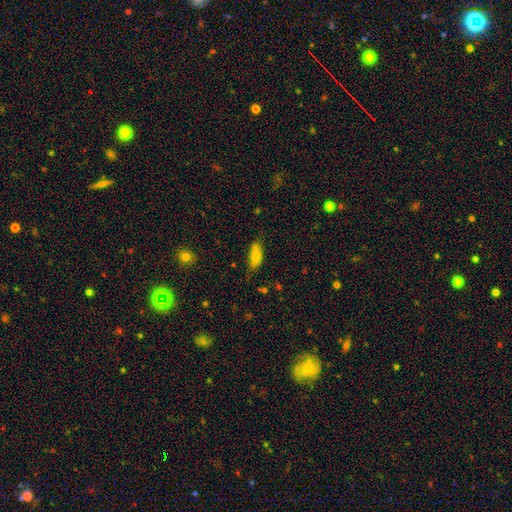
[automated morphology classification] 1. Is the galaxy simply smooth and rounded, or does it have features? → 82% smooth, 10% featured or disk, 8% star or artifact.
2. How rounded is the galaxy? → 78% in between, 20% cigar-shaped, 2% round.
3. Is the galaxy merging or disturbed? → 67% none, 25% minor disturbance, 5% major disturbance, 2% merger.